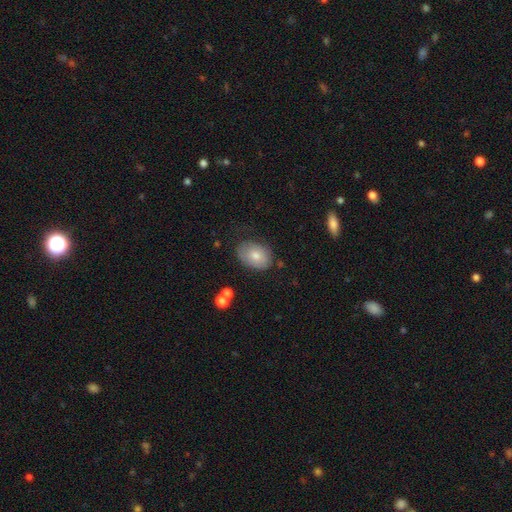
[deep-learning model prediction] Q: Smooth or featured?
A: smooth (70%); runner-up: featured or disk (23%)
Q: How rounded?
A: in between (77%); runner-up: round (22%)
Q: Merging?
A: none (68%); runner-up: minor disturbance (23%)